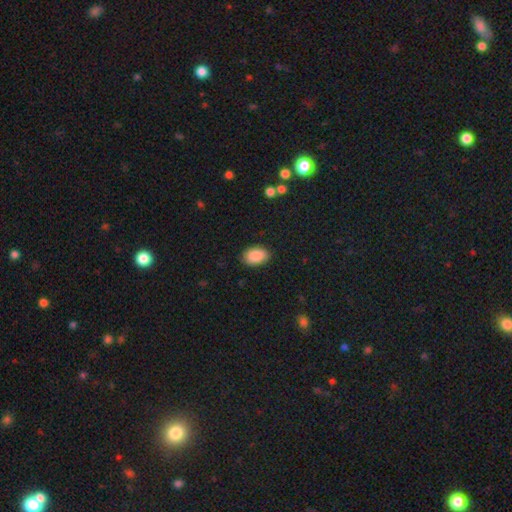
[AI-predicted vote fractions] smooth_or_featured: smooth (p=0.90) [alt: star or artifact p=0.07]
how_rounded: in between (p=0.90) [alt: round p=0.09]
merging: none (p=0.86) [alt: minor disturbance p=0.11]